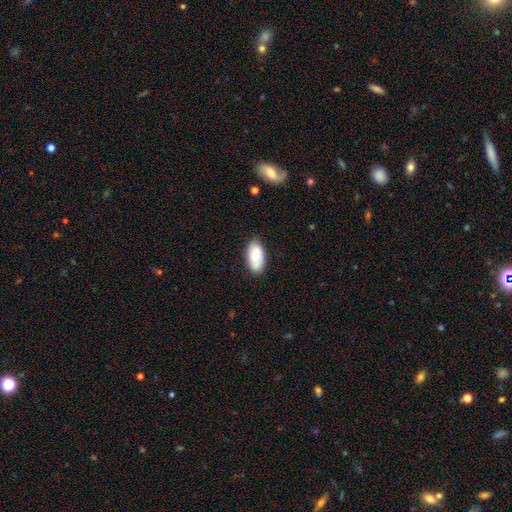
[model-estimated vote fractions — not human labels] smooth_or_featured: smooth (p=0.75) [alt: featured or disk p=0.18]
how_rounded: in between (p=0.94) [alt: cigar-shaped p=0.04]
merging: none (p=0.78) [alt: minor disturbance p=0.16]